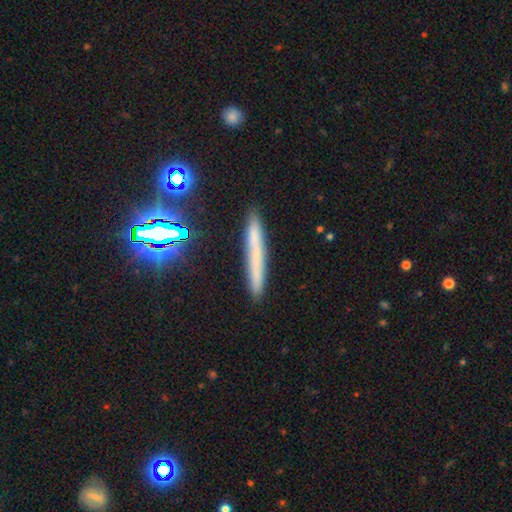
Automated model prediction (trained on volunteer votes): This is possibly a smooth galaxy (53%). How rounded: clearly cigar-shaped (95%). Merging: clearly none (87%).